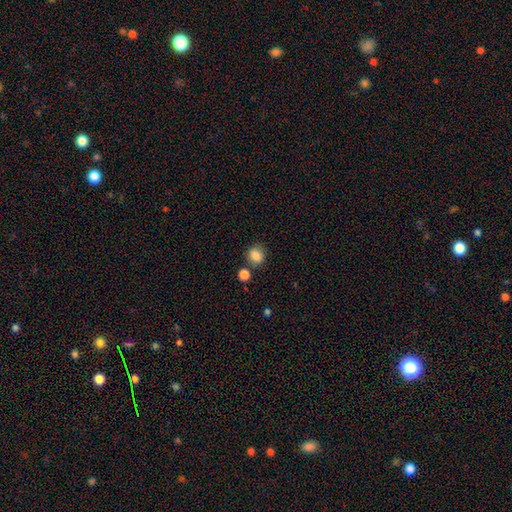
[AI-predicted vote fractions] This is clearly a smooth galaxy (85%). How rounded: likely round (62%). Merging: likely none (74%).